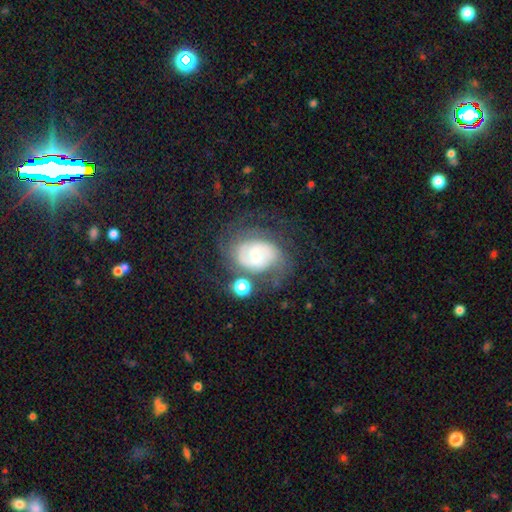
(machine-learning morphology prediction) Smooth or featured? featured or disk (76%)
Edge-on disk? no (97%)
Bar? weak (48%)
Spiral arms? yes (90%)
Spiral winding? medium (42%)
Spiral arm count? 2 (64%)
Bulge size? small (46%)
Merging? none (56%)